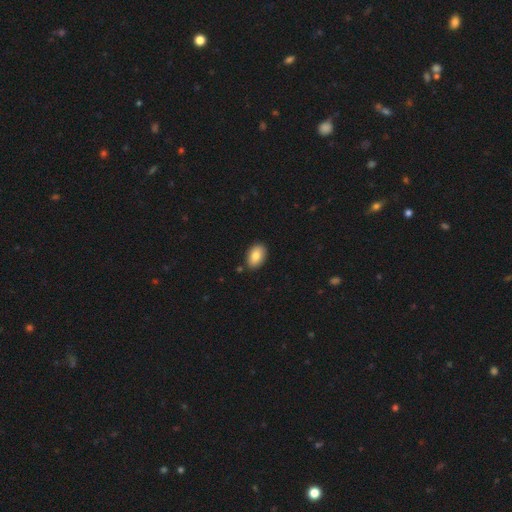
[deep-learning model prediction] smooth-or-featured: smooth: 82% | featured or disk: 11% | star or artifact: 7%
  how-rounded: in between: 89% | round: 9% | cigar-shaped: 1%
  merging: none: 87% | minor disturbance: 10% | merger: 2% | major disturbance: 2%